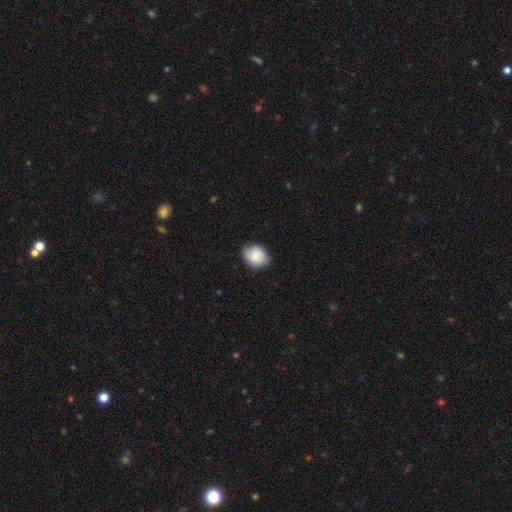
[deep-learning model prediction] Q: Smooth or featured?
A: smooth (79%); runner-up: featured or disk (14%)
Q: How rounded?
A: round (60%); runner-up: in between (39%)
Q: Merging?
A: none (73%); runner-up: minor disturbance (22%)